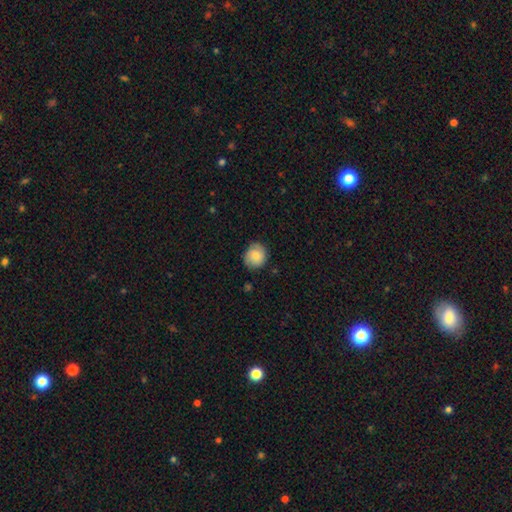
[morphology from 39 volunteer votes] Smooth or featured? smooth (82%)
How rounded? round (94%)
Merging? none (64%)